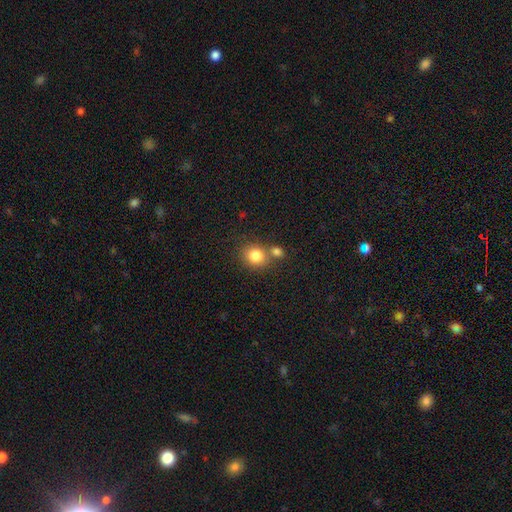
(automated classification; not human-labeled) Smooth or featured? Predicted: smooth (p=0.82). How rounded? Predicted: round (p=0.78). Merging? Predicted: none (p=0.59).